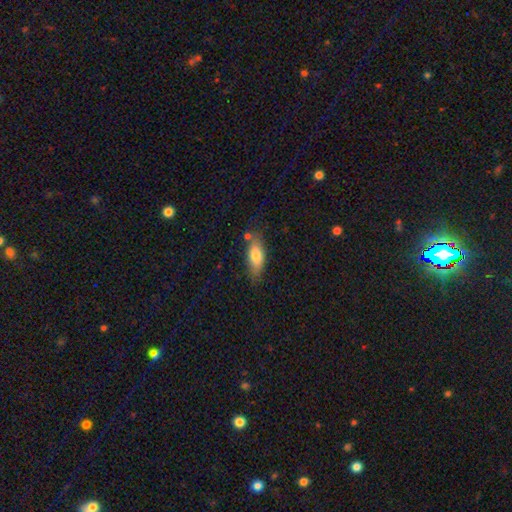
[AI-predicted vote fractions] smooth-or-featured: smooth: 76% | featured or disk: 17% | star or artifact: 7%
  how-rounded: in between: 78% | cigar-shaped: 19% | round: 3%
  merging: none: 72% | minor disturbance: 18% | merger: 6% | major disturbance: 4%